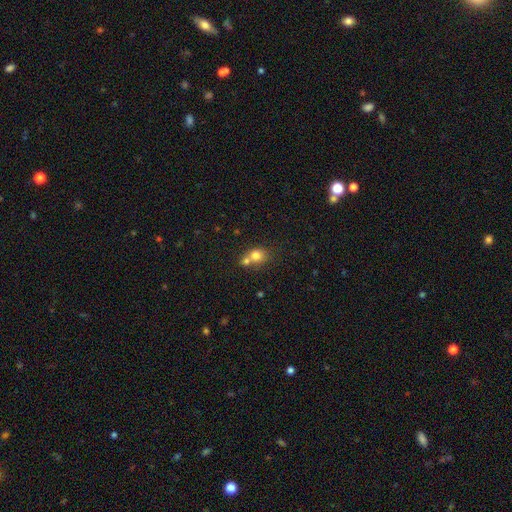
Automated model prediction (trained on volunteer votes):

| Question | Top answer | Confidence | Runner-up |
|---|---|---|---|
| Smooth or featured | smooth | 76% | featured or disk (13%) |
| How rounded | round | 67% | in between (32%) |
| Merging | merger | 53% | none (36%) |